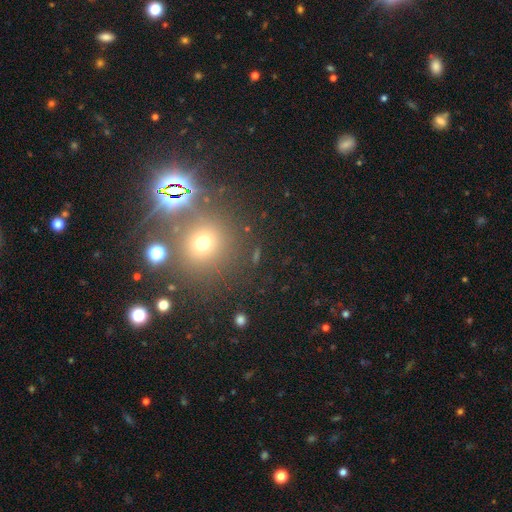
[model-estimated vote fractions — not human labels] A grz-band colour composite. It shows a star or artifact, not a galaxy (47%).